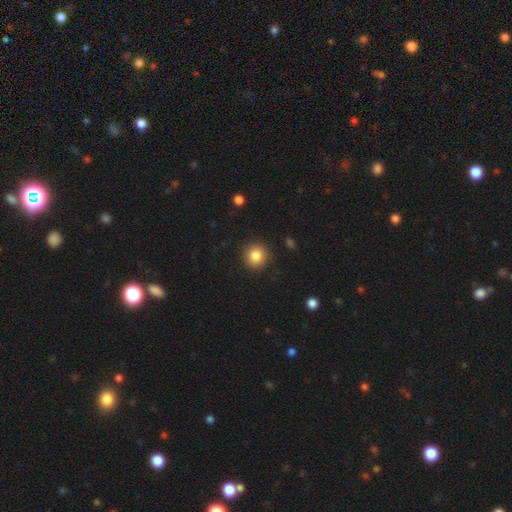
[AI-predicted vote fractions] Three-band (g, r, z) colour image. It shows a smooth galaxy with no disk features (85%) that is round (92%). Merging: none (90%).